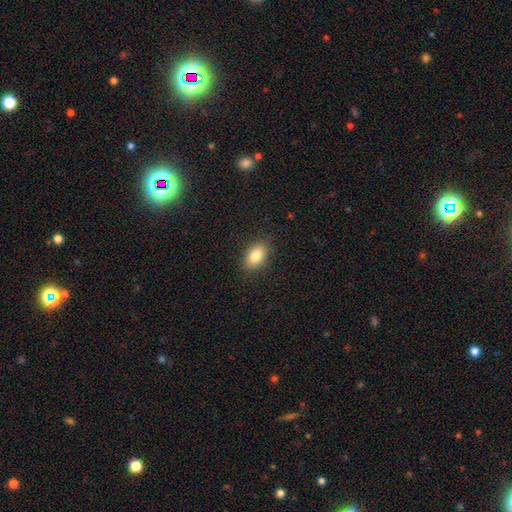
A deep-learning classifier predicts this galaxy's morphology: type=smooth (83%); roundness=in between (87%); merging=none (87%).